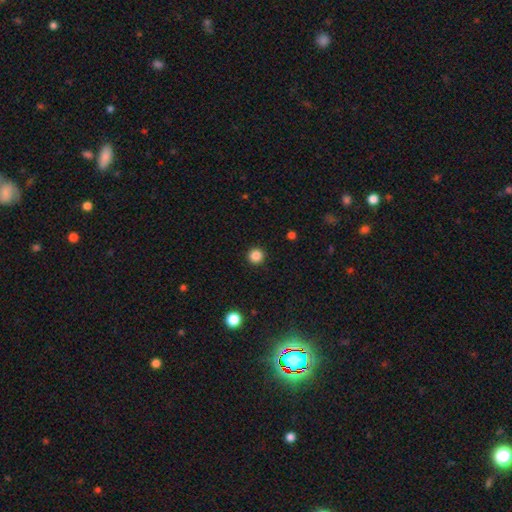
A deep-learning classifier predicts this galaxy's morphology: smooth_or_featured: smooth (p=0.85) [alt: star or artifact p=0.12]
how_rounded: round (p=0.96) [alt: in between p=0.03]
merging: none (p=0.93) [alt: minor disturbance p=0.04]